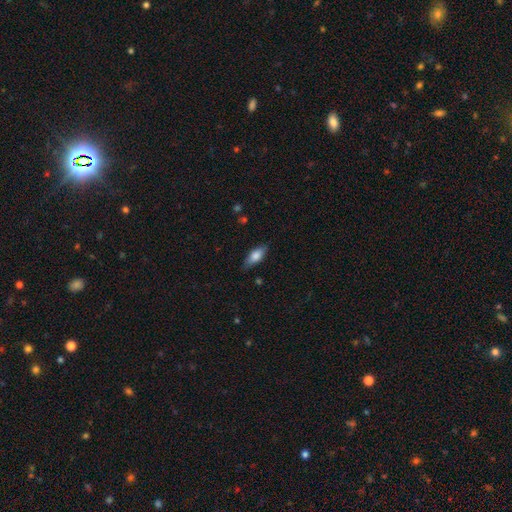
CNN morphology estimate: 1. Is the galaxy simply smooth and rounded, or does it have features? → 74% smooth, 20% featured or disk, 7% star or artifact.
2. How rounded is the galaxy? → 76% in between, 21% cigar-shaped, 3% round.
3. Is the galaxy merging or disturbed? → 80% none, 16% minor disturbance, 3% major disturbance, 1% merger.